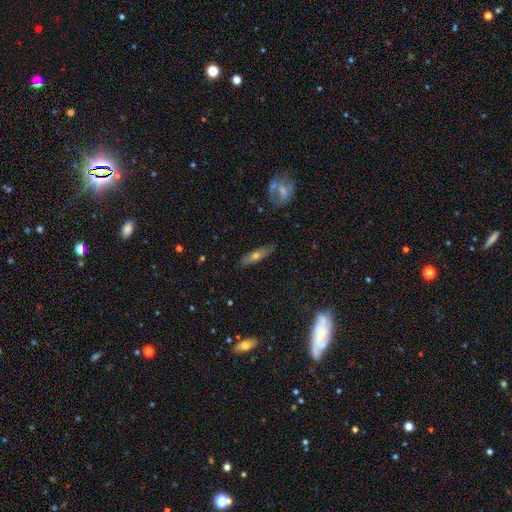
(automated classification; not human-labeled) Q: Smooth or featured?
A: featured or disk (46%); runner-up: smooth (45%)
Q: Merging?
A: none (83%); runner-up: minor disturbance (13%)